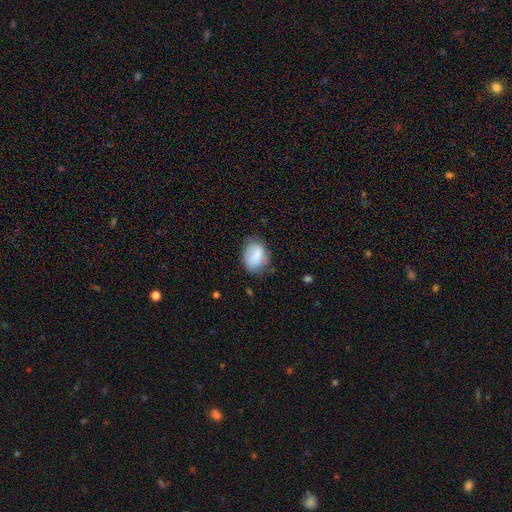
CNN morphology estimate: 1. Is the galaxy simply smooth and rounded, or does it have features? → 80% smooth, 13% featured or disk, 7% star or artifact.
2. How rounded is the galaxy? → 69% in between, 29% round, 1% cigar-shaped.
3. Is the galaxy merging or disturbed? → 62% none, 28% minor disturbance, 8% major disturbance, 2% merger.